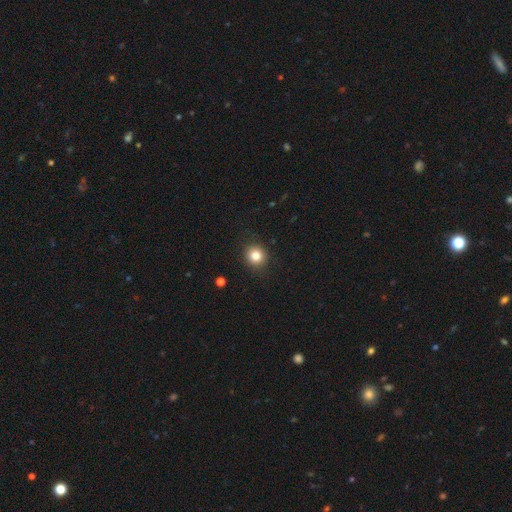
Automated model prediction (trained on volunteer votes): Morphology: type=smooth (83%); roundness=round (88%); merging=none (89%).